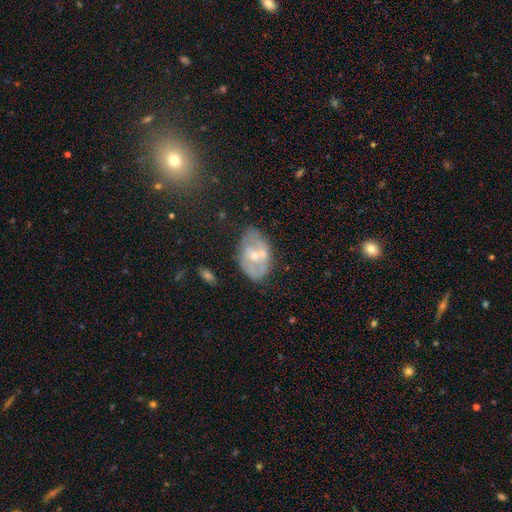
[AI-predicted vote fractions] Smooth or featured? Predicted: featured or disk (p=0.59). Edge-on disk? Predicted: no (p=0.95). Bar? Predicted: no (p=0.67). Spiral arms? Predicted: no (p=0.68). Bulge size? Predicted: moderate (p=0.53). Merging? Predicted: none (p=0.47).